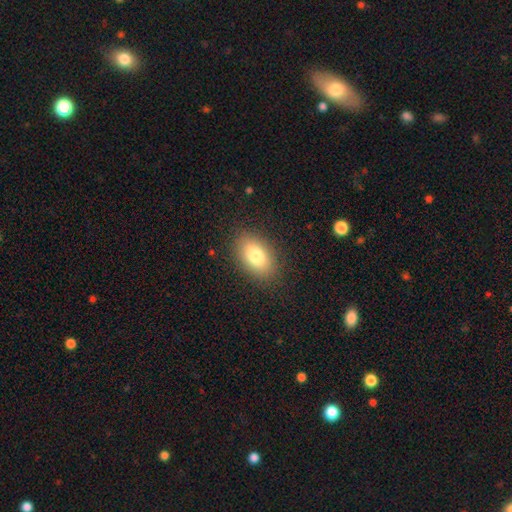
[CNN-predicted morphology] type=smooth (80%); roundness=in between (89%); merging=none (87%).